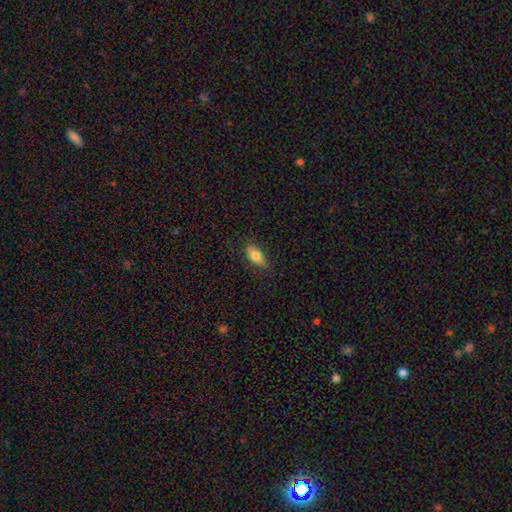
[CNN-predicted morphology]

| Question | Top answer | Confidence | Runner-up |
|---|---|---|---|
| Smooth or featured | smooth | 78% | featured or disk (15%) |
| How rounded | in between | 85% | cigar-shaped (12%) |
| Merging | none | 82% | minor disturbance (14%) |